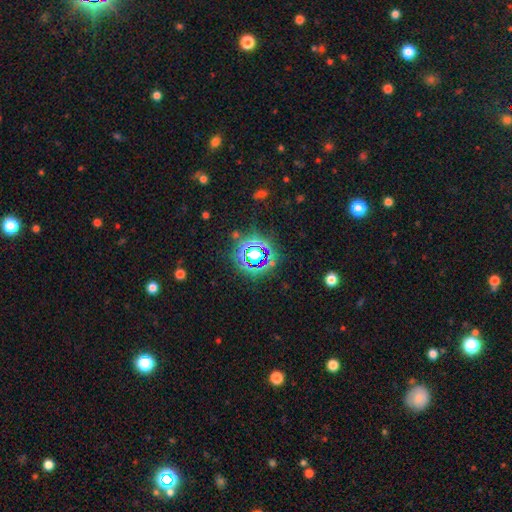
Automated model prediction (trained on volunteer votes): Morphology: type=star or artifact (70%).